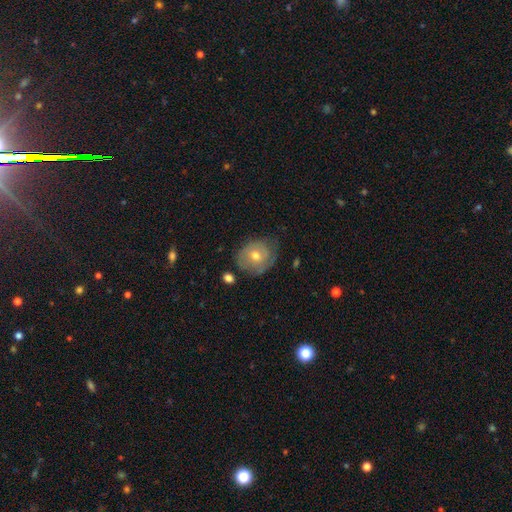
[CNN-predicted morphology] Smooth or featured: smooth — 49% (featured or disk — 42%)
Merging: none — 66% (minor disturbance — 24%)